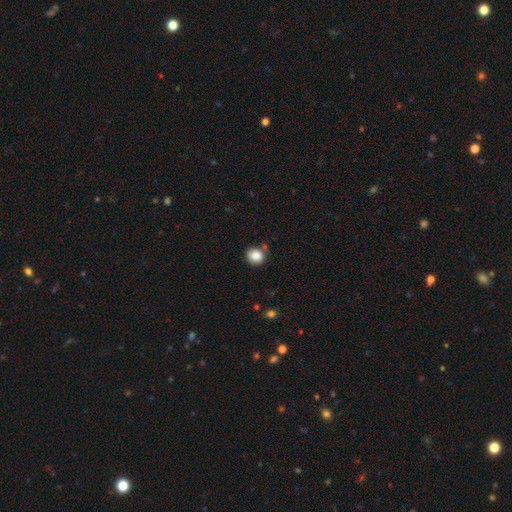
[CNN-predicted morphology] smooth_or_featured: smooth (p=0.87) [alt: star or artifact p=0.09]
how_rounded: round (p=0.77) [alt: in between p=0.22]
merging: none (p=0.74) [alt: minor disturbance p=0.14]